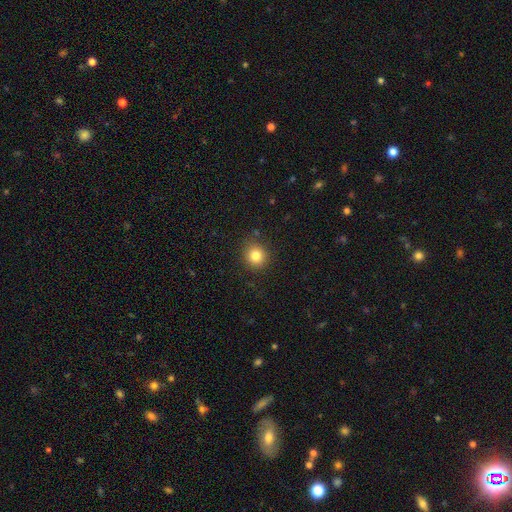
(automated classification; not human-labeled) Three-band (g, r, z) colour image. It shows a smooth galaxy with no disk features (83%) that is round (89%). Merging: none (87%).